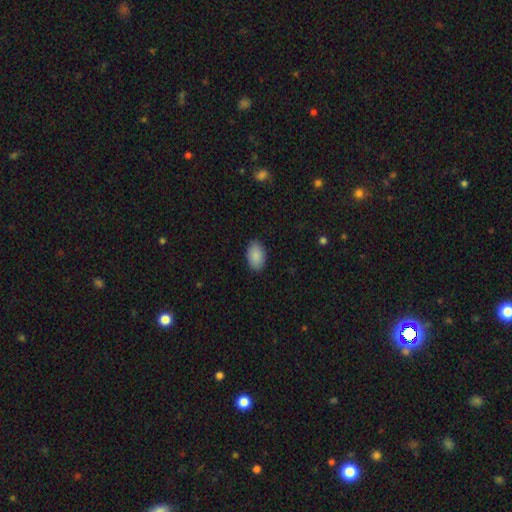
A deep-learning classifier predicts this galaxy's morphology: smooth-or-featured: smooth: 90% | star or artifact: 7% | featured or disk: 4%
  how-rounded: in between: 92% | round: 7% | cigar-shaped: 1%
  merging: none: 88% | minor disturbance: 9% | major disturbance: 2% | merger: 1%